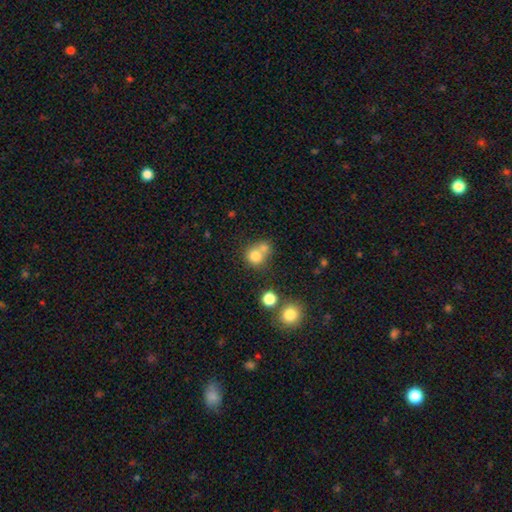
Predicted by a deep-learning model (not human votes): A smooth galaxy with no disk features (76%) that is round (82%). Merging: merger (48%).